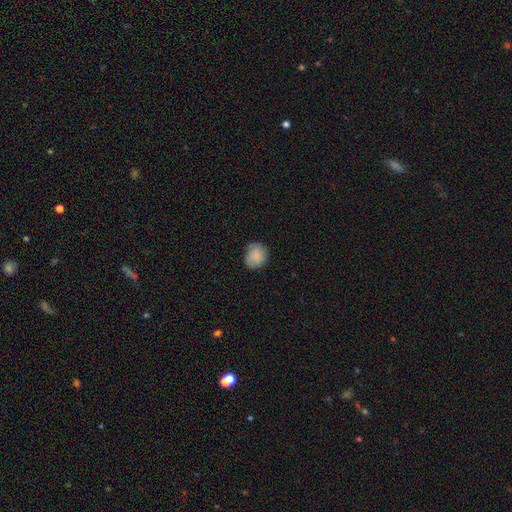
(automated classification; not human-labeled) This is clearly a smooth galaxy (85%). How rounded: likely round (69%). Merging: likely none (75%).